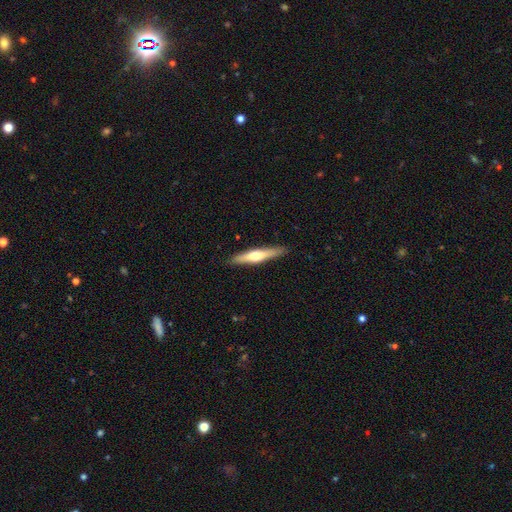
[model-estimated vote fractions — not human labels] featured or disk 55%, smooth 40%, star or artifact 5%. Down the decision tree: edge-on disk — yes (96%); edge-on bulge — rounded (90%); merging — none (90%).